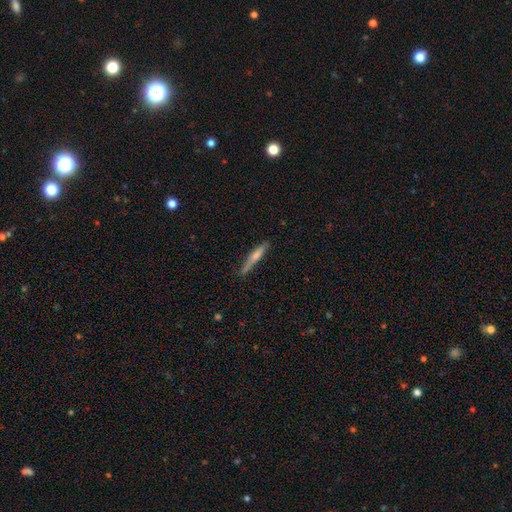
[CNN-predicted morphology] The model was most divided on "smooth or featured": featured or disk: 51%, smooth: 42%, star or artifact: 7%. More confident: edge-on disk — yes (95%); merging — none (78%).